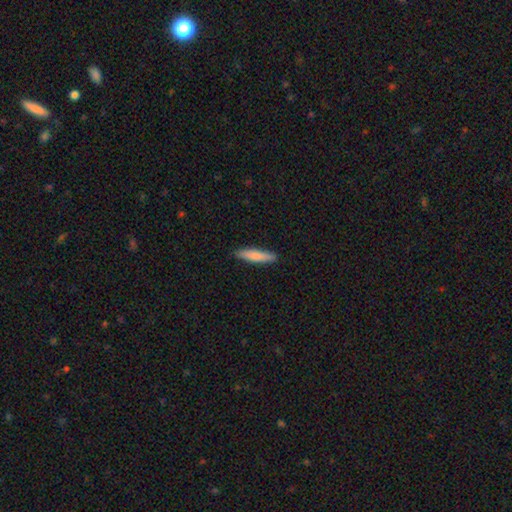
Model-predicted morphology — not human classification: This is likely a smooth galaxy (80%). How rounded: clearly cigar-shaped (86%). Merging: clearly none (89%).